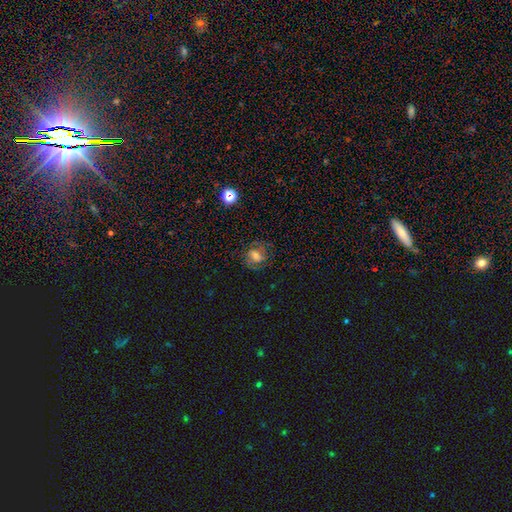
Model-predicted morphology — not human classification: This is marginally a smooth galaxy (44%). Merging: likely none (71%).